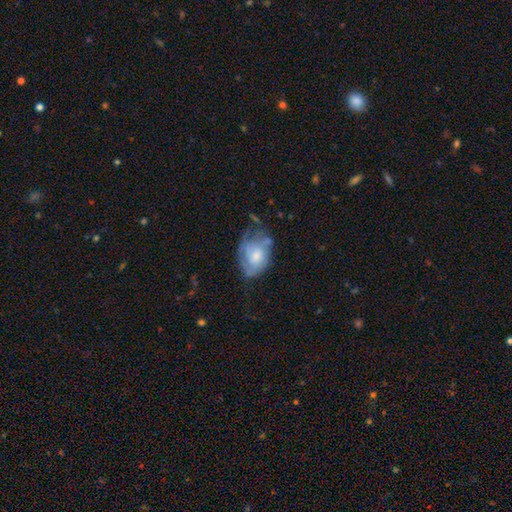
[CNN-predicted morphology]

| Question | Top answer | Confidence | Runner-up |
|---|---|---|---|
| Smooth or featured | featured or disk | 55% | smooth (38%) |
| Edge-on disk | no | 96% | yes (4%) |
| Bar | no | 73% | weak (23%) |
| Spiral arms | yes | 68% | no (32%) |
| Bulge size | moderate | 45% | small (34%) |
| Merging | none | 41% | minor disturbance (32%) |